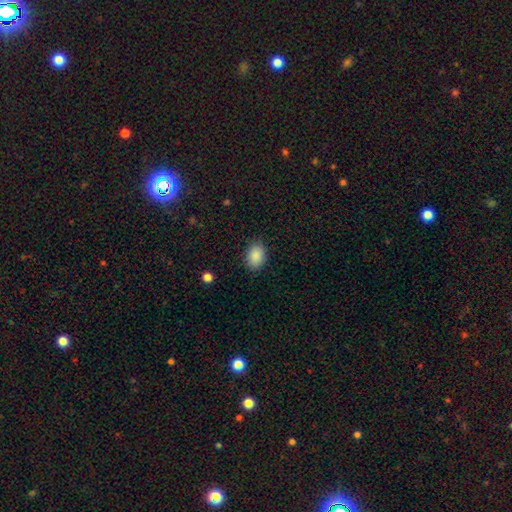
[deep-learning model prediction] The model was most divided on "how rounded": in between: 83%, round: 16%, cigar-shaped: 1%. More confident: smooth or featured — smooth (89%); merging — none (86%).